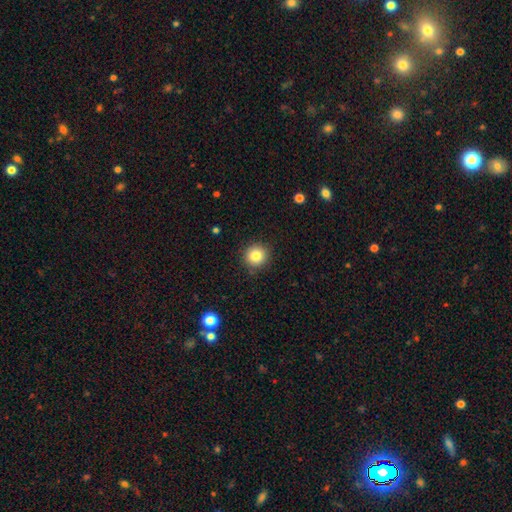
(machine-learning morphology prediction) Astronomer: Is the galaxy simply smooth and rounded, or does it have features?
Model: smooth — 83%.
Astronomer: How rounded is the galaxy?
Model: round — 93%.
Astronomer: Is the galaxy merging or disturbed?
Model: none — 89%.